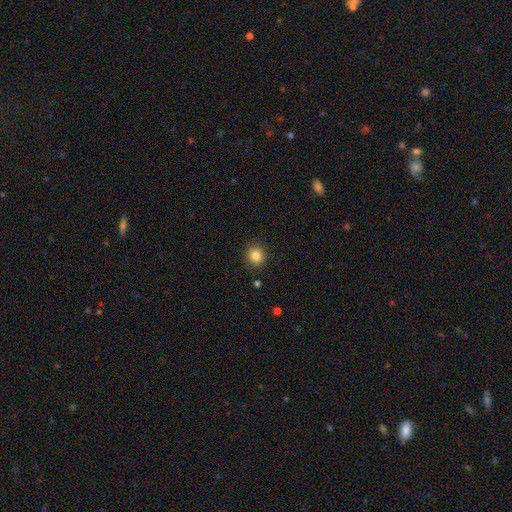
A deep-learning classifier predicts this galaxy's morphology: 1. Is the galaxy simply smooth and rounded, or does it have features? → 84% smooth, 11% star or artifact, 5% featured or disk.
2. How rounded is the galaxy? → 85% round, 14% in between, 1% cigar-shaped.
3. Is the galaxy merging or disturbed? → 90% none, 7% minor disturbance, 2% major disturbance, 1% merger.